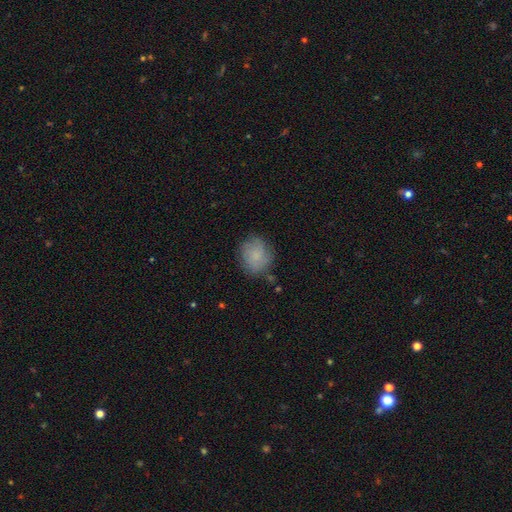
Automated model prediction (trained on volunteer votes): Smooth or featured? Predicted: smooth (p=0.71). How rounded? Predicted: round (p=0.71). Merging? Predicted: none (p=0.73).